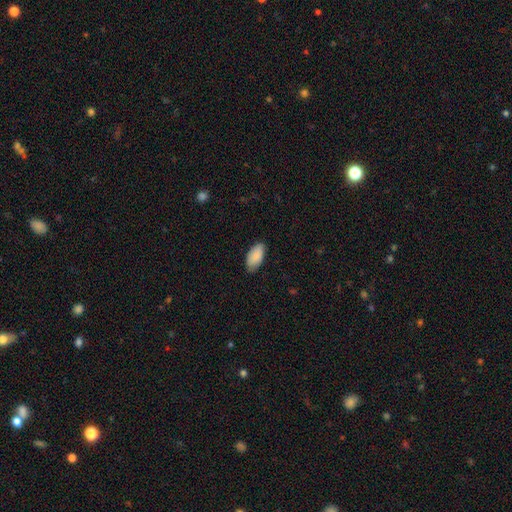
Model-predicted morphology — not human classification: smooth_or_featured: smooth (p=0.88) [alt: featured or disk p=0.06]
how_rounded: in between (p=0.94) [alt: cigar-shaped p=0.04]
merging: none (p=0.80) [alt: minor disturbance p=0.16]